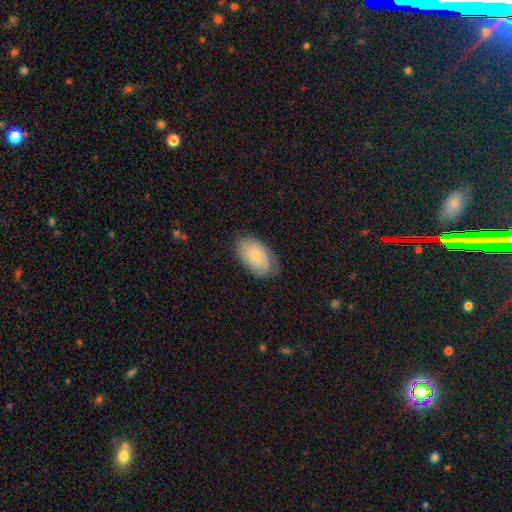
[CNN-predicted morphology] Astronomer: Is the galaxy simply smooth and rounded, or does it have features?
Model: smooth — 57% (runner-up: featured or disk, 36%).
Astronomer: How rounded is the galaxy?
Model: in between — 92%.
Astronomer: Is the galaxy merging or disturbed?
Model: none — 73%.